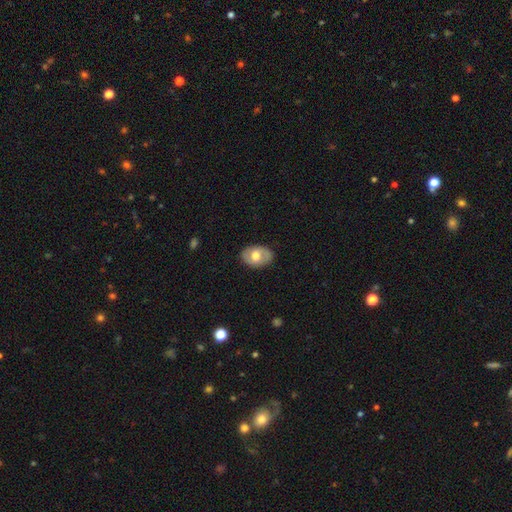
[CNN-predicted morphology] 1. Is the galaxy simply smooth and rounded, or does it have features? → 55% smooth, 39% featured or disk, 6% star or artifact.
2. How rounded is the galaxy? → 80% in between, 19% round, 1% cigar-shaped.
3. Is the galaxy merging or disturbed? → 83% none, 13% minor disturbance, 3% major disturbance, 1% merger.